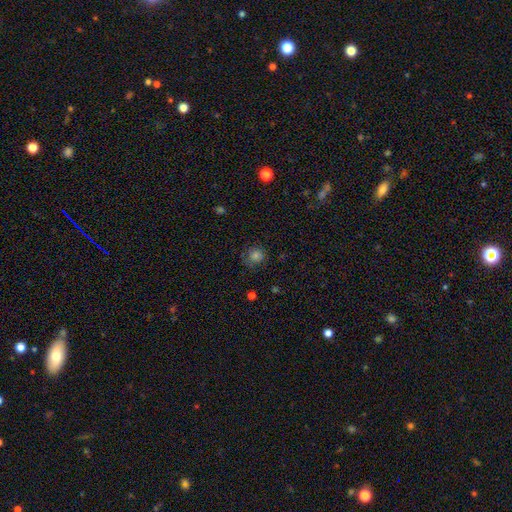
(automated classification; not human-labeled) Q: Smooth or featured?
A: smooth (70%); runner-up: star or artifact (19%)
Q: How rounded?
A: round (84%); runner-up: in between (15%)
Q: Merging?
A: none (77%); runner-up: minor disturbance (16%)